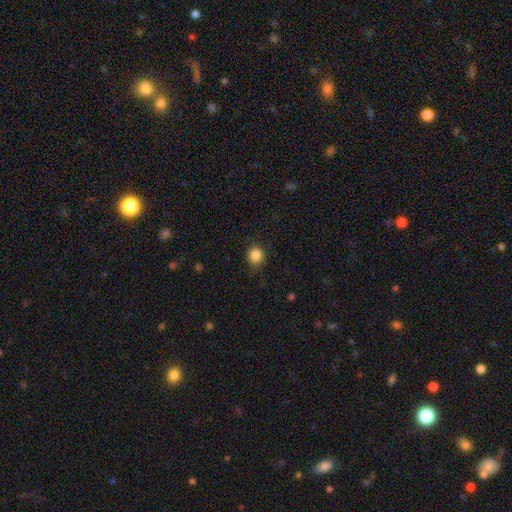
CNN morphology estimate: This appears to be a smooth galaxy with no disk features (85%) that is round (85%). Merging: none (86%).